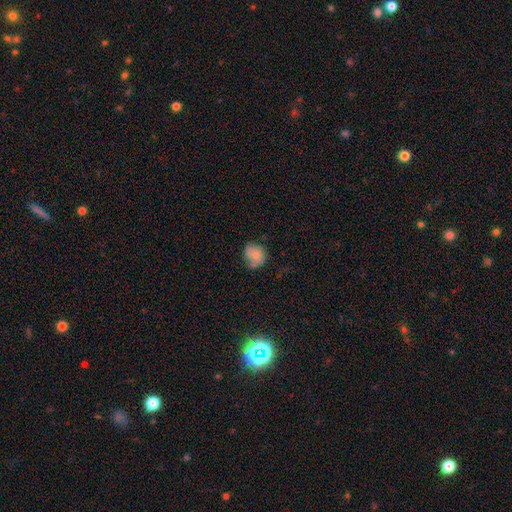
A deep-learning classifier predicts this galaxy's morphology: A smooth galaxy with no disk features (72%) that is round (64%). Merging: none (46%).